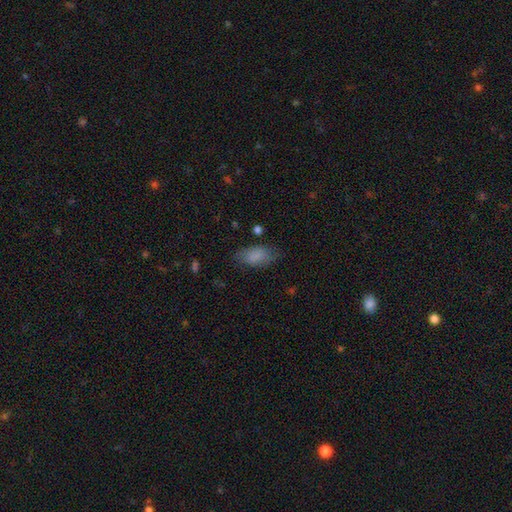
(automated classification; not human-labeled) Q: Smooth or featured?
A: smooth (82%); runner-up: featured or disk (10%)
Q: How rounded?
A: in between (91%); runner-up: cigar-shaped (6%)
Q: Merging?
A: none (74%); runner-up: minor disturbance (18%)